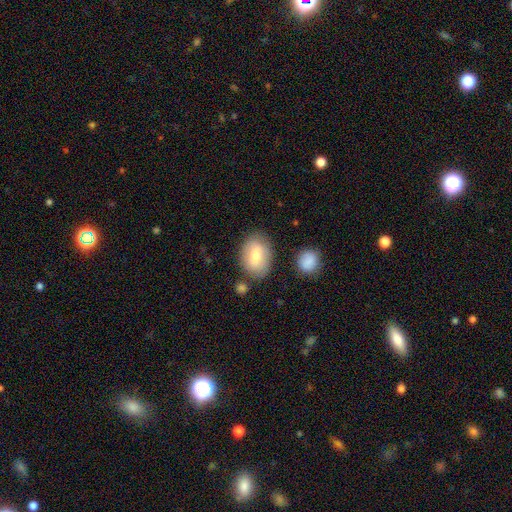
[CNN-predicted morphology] smooth_or_featured: smooth (p=0.69) [alt: featured or disk p=0.24]
how_rounded: in between (p=0.82) [alt: round p=0.17]
merging: none (p=0.77) [alt: minor disturbance p=0.14]